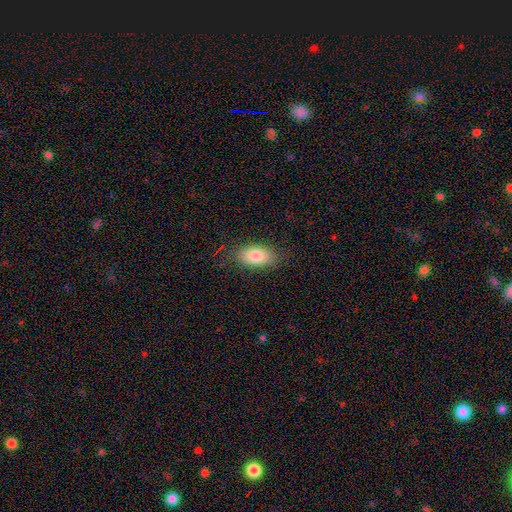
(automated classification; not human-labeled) Morphology: type=smooth (82%); roundness=in between (91%); merging=none (83%).